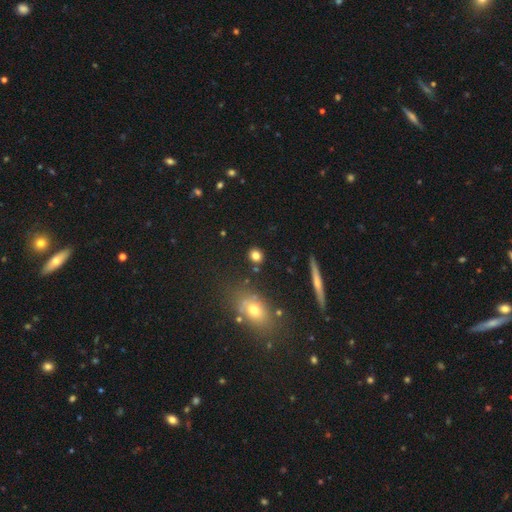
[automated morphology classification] Smooth or featured?
  - smooth: 80% *
  - star or artifact: 13%
  - featured or disk: 8%
How rounded?
  - round: 77% *
  - in between: 21%
  - cigar-shaped: 3%
Merging?
  - none: 85% *
  - minor disturbance: 9%
  - merger: 4%
  - major disturbance: 3%